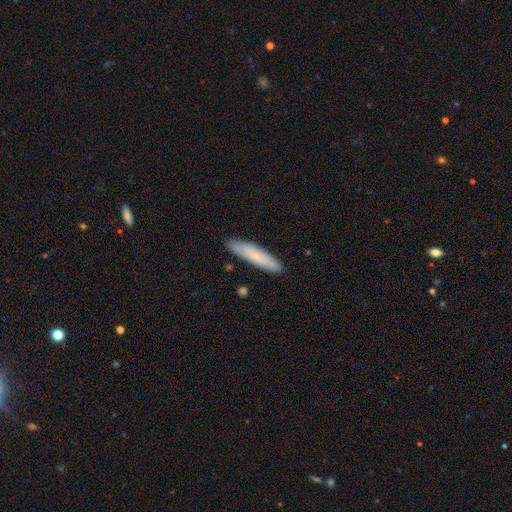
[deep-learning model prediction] A smooth galaxy with no disk features (77%) that is cigar-shaped (87%).

Vote fractions:
- Smooth or featured? smooth: 77% / featured or disk: 17% / star or artifact: 6%
- How rounded? cigar-shaped: 87% / in between: 12% / round: 1%
- Merging? none: 88% / minor disturbance: 9% / major disturbance: 2% / merger: 1%